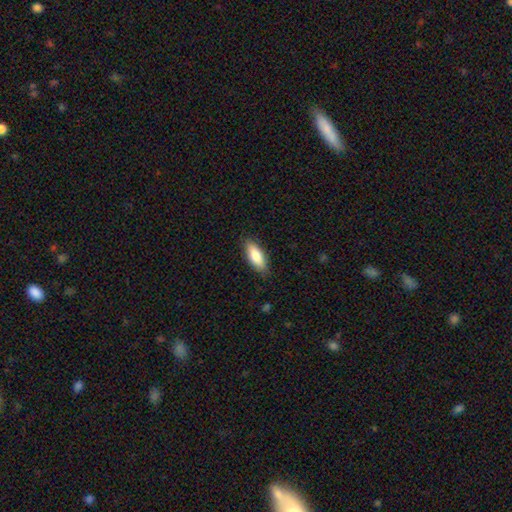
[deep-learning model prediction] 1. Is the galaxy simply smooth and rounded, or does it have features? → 83% smooth, 12% featured or disk, 6% star or artifact.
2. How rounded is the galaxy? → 74% in between, 24% cigar-shaped, 2% round.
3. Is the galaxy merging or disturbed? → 86% none, 11% minor disturbance, 2% major disturbance, 1% merger.